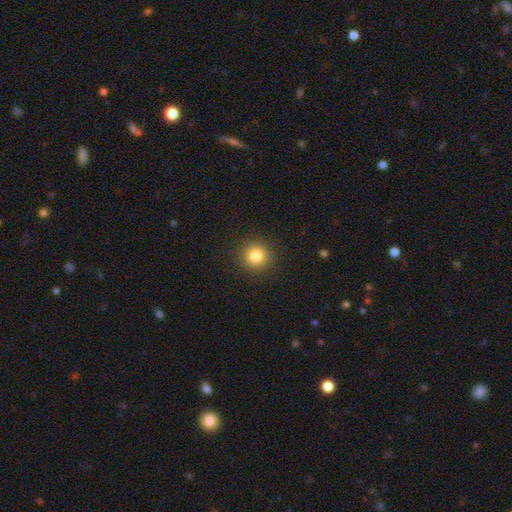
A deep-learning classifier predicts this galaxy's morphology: Smooth or featured? smooth (83%)
How rounded? round (94%)
Merging? none (91%)